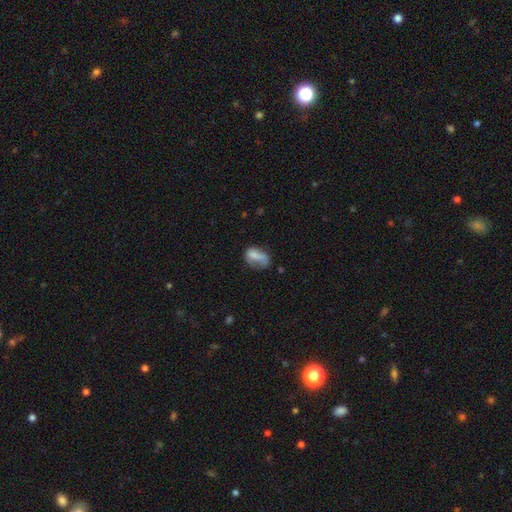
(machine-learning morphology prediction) A smooth galaxy with no disk features (68%) that is in between round and cigar-shaped (83%). Merging: none (35%).